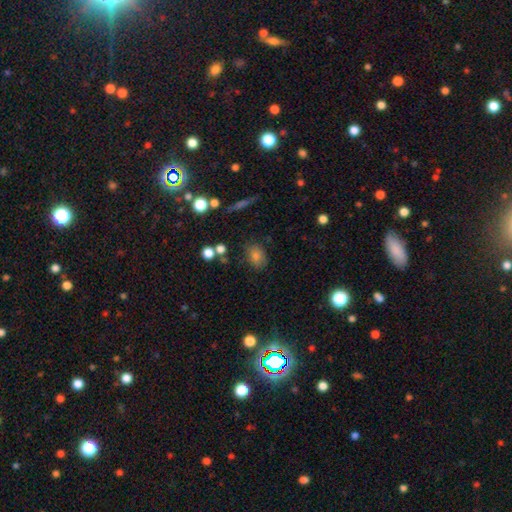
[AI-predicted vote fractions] Smooth or featured: smooth — 73% (star or artifact — 16%)
How rounded: in between — 57% (round — 41%)
Merging: none — 78% (minor disturbance — 14%)